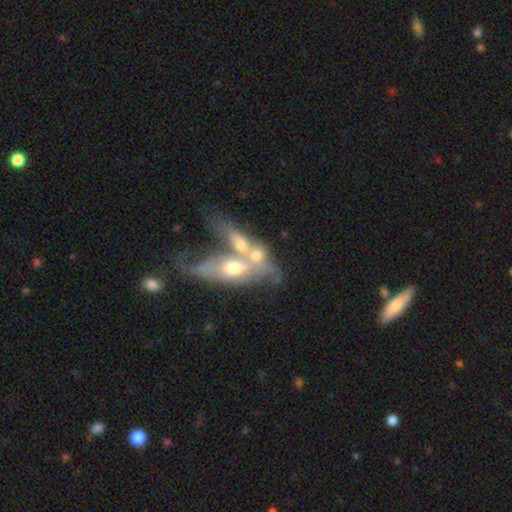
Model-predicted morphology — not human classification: Overall: featured or disk (52%; smooth 37%). Edge-on disk: no (77%). Merging: merger (66%).